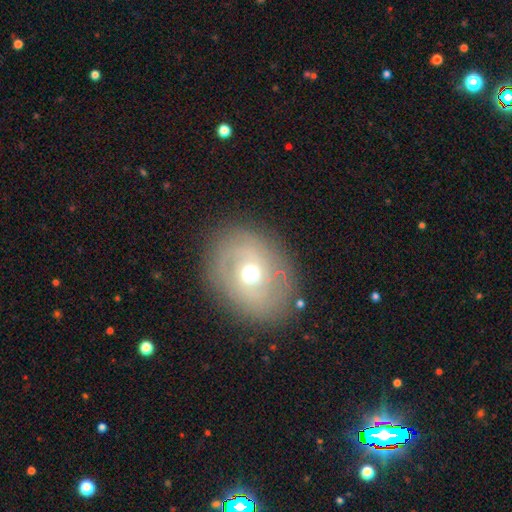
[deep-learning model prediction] The model was most divided on "smooth or featured": featured or disk: 52%, smooth: 35%, star or artifact: 13%. More confident: edge-on disk — no (94%); merging — none (84%).